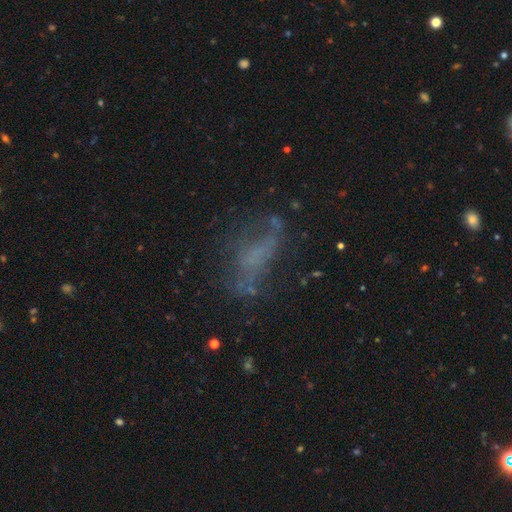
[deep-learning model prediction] This appears to be a featured or disk galaxy (46%). Merging: none (45%).